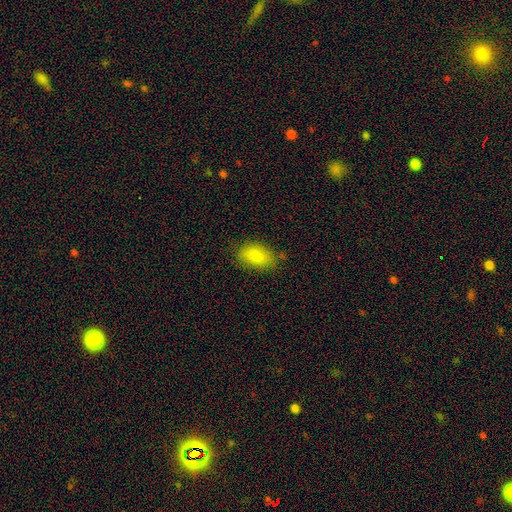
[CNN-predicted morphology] Smooth or featured? smooth (83%)
How rounded? in between (90%)
Merging? none (80%)